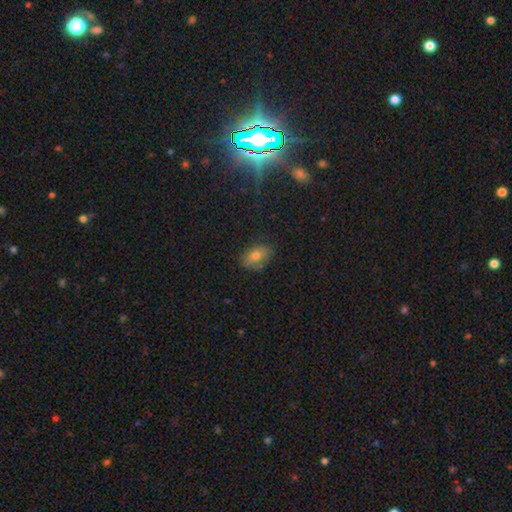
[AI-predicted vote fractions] Smooth or featured? smooth (68%)
How rounded? in between (85%)
Merging? none (78%)